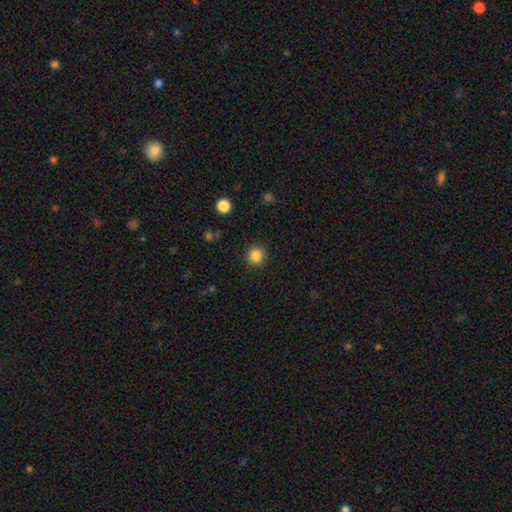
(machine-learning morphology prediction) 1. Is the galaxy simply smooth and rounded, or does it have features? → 86% smooth, 11% star or artifact, 3% featured or disk.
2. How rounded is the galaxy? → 93% round, 7% in between, 1% cigar-shaped.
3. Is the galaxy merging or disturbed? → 91% none, 6% minor disturbance, 2% major disturbance, 1% merger.